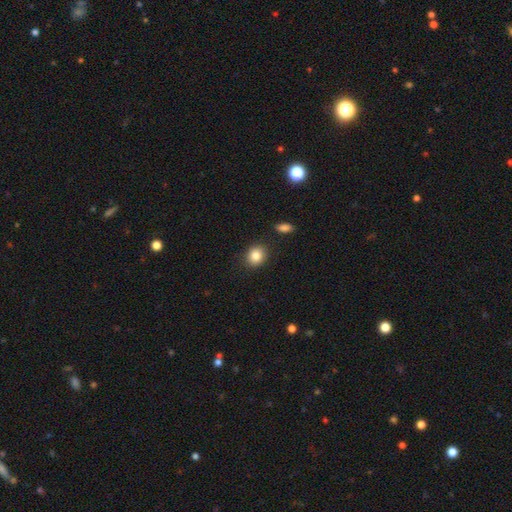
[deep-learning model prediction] smooth 85%, star or artifact 9%, featured or disk 6%. Down the decision tree: how rounded — round (71%); merging — none (86%).